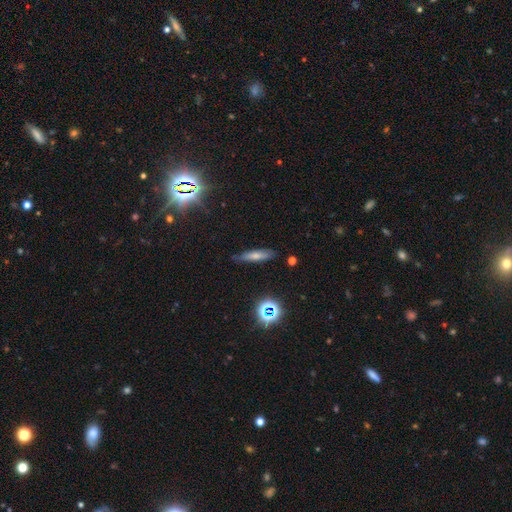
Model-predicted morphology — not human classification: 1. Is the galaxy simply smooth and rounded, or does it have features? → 62% smooth, 24% featured or disk, 13% star or artifact.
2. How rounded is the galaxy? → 77% cigar-shaped, 20% in between, 3% round.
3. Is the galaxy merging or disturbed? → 79% none, 16% minor disturbance, 3% major disturbance, 2% merger.